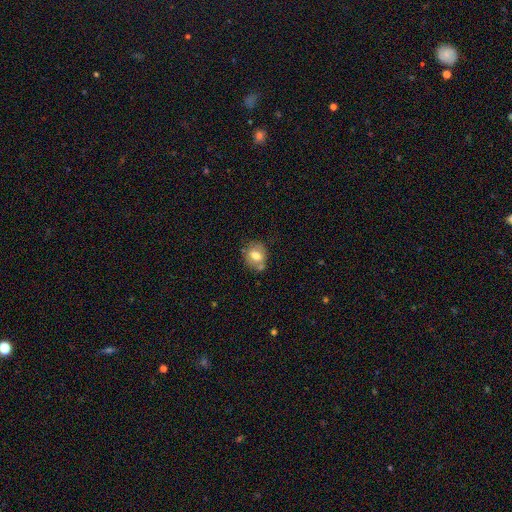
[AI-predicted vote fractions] This appears to be a smooth galaxy with no disk features (70%) that is round (61%). Merging: none (63%).